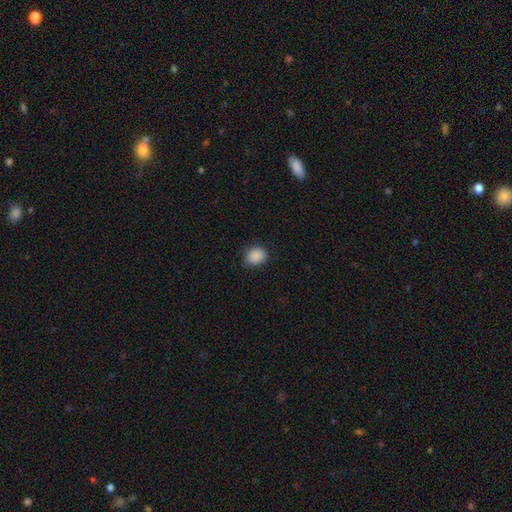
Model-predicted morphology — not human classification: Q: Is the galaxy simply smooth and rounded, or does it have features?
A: smooth — 89%.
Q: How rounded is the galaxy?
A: round — 57%.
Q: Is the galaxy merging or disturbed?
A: none — 80%.